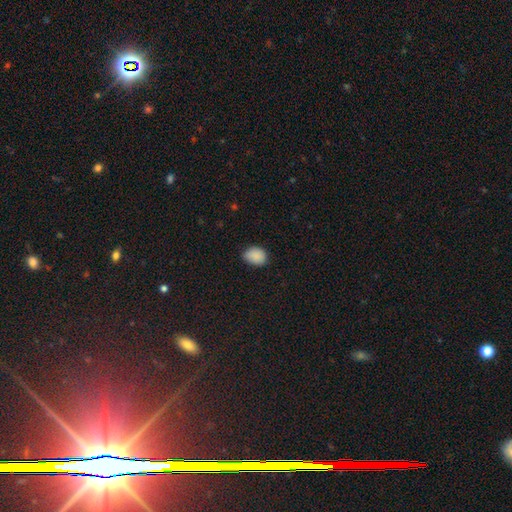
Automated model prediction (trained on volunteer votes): A smooth galaxy with no disk features (88%) that is in between round and cigar-shaped (66%).

Vote fractions:
- Smooth or featured? smooth: 88% / star or artifact: 8% / featured or disk: 4%
- How rounded? in between: 66% / round: 33% / cigar-shaped: 1%
- Merging? none: 70% / minor disturbance: 25% / major disturbance: 3% / merger: 1%